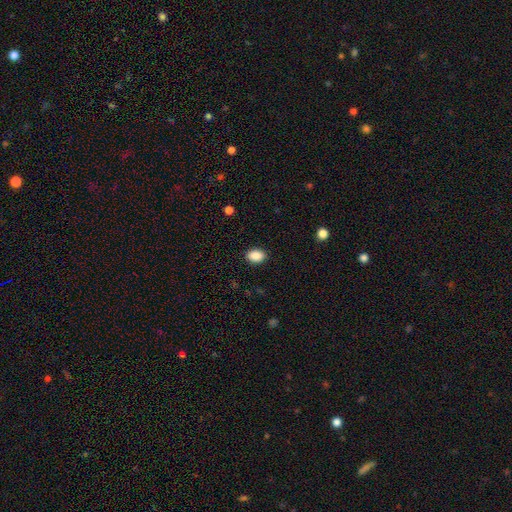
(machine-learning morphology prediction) Overall: smooth (89%). How rounded: in between (78%). Merging: none (89%).